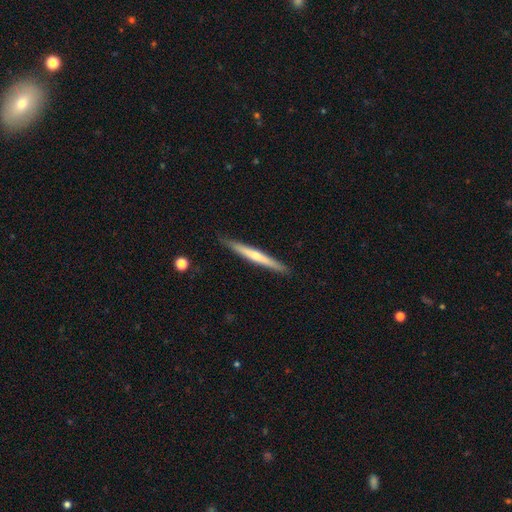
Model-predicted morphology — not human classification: Smooth or featured? Predicted: featured or disk (p=0.52). Edge-on disk? Predicted: yes (p=0.97). Merging? Predicted: none (p=0.89).